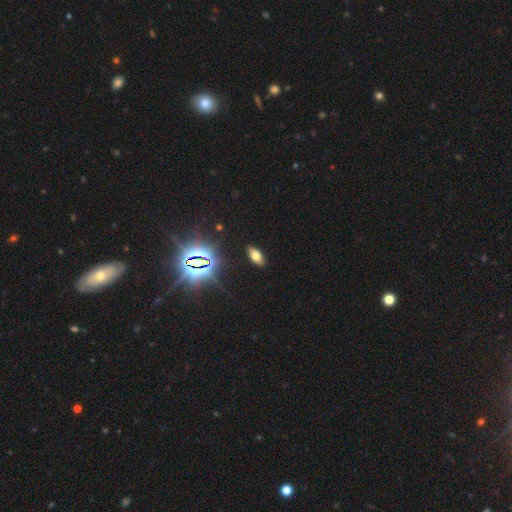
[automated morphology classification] Q: Smooth or featured?
A: smooth (62%); runner-up: star or artifact (24%)
Q: How rounded?
A: in between (88%); runner-up: cigar-shaped (8%)
Q: Merging?
A: none (89%); runner-up: minor disturbance (7%)